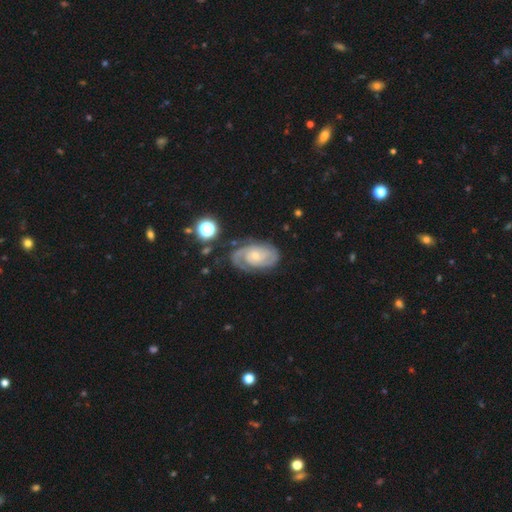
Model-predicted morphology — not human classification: Overall: featured or disk (86%). Edge-on disk: no (97%). Bar: no (68%). Spiral arms: yes (97%). Spiral arm count: 2 (66%). Spiral winding: tight (64%; medium 30%). Bulge size: small (67%). Merging: none (72%).